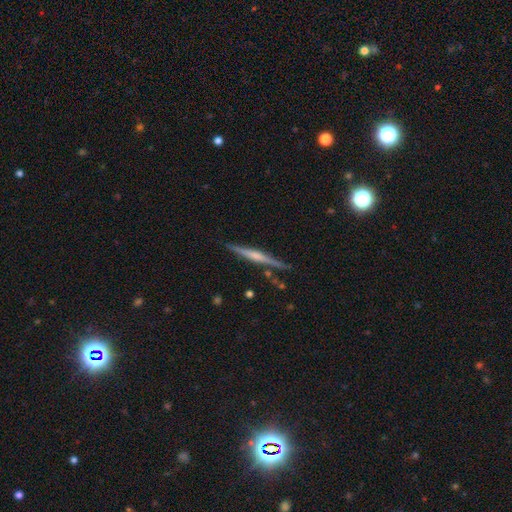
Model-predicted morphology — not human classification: This appears to be a featured or disk galaxy (68%) viewed edge-on (98%) with a rounded central bulge (52%). Merging: none (87%).